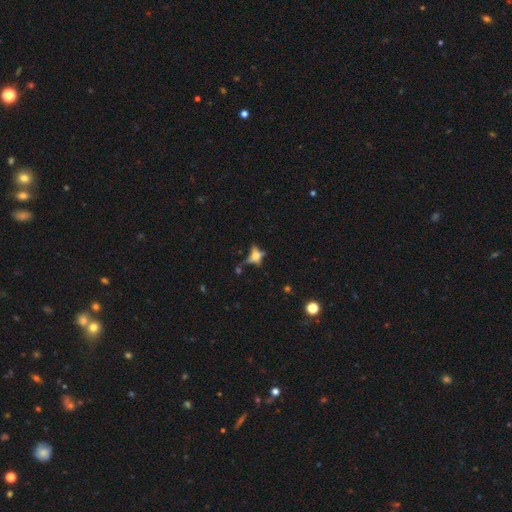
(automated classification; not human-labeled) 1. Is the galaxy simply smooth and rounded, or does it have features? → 44% featured or disk, 37% smooth, 19% star or artifact.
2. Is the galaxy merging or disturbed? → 45% none, 21% major disturbance, 19% minor disturbance, 14% merger.